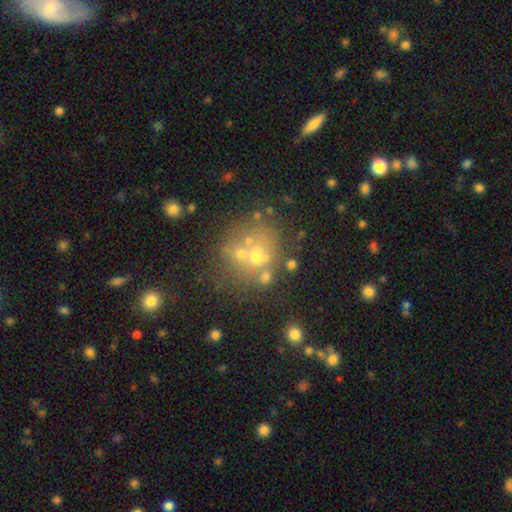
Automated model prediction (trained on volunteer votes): The model was most divided on "smooth or featured": smooth: 44%, featured or disk: 31%, star or artifact: 25%. Remaining: merging — none (49%).